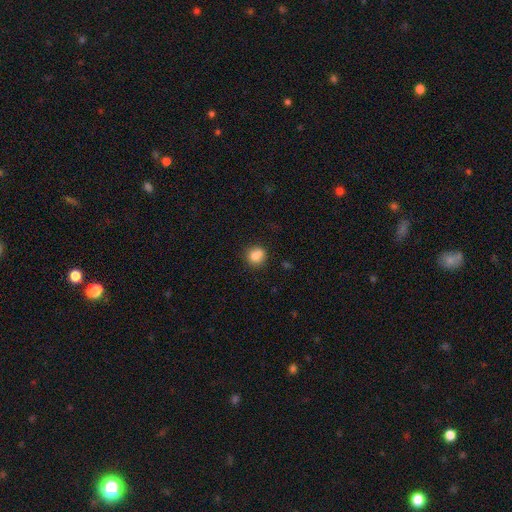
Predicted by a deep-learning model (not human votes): smooth 80%, featured or disk 10%, star or artifact 10%. Down the decision tree: how rounded — round (84%); merging — none (60%).